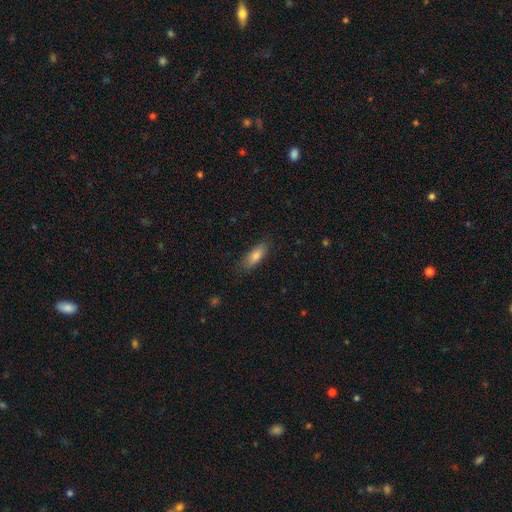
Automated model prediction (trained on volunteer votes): This is likely a smooth galaxy (79%). How rounded: likely in between (64%). Merging: clearly none (83%).